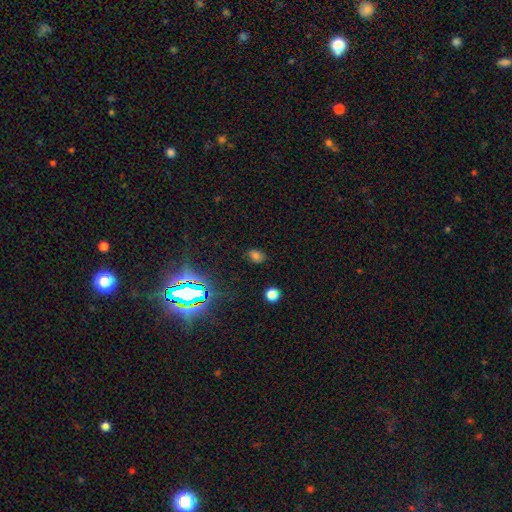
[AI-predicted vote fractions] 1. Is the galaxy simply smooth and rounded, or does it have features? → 63% smooth, 29% star or artifact, 7% featured or disk.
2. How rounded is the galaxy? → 72% in between, 26% round, 2% cigar-shaped.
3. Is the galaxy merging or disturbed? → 82% none, 12% minor disturbance, 4% major disturbance, 2% merger.